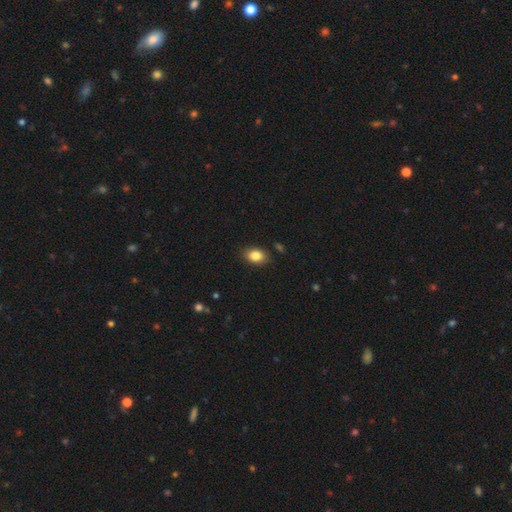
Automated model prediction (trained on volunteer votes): This is clearly a smooth galaxy (85%). How rounded: clearly in between (83%). Merging: clearly none (85%).